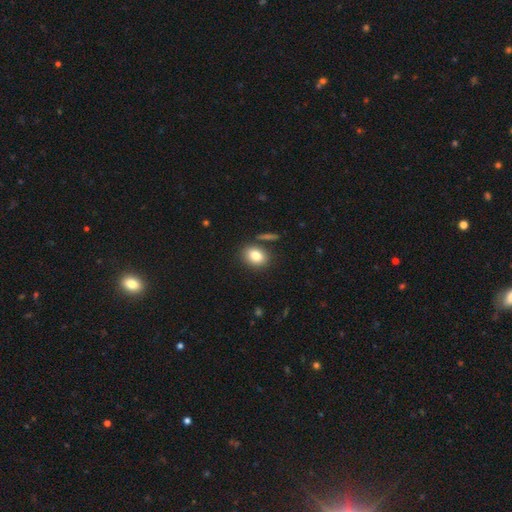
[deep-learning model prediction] Smooth or featured?
  - smooth: 80% *
  - featured or disk: 10%
  - star or artifact: 9%
How rounded?
  - in between: 64% *
  - round: 35%
  - cigar-shaped: 1%
Merging?
  - none: 79% *
  - minor disturbance: 10%
  - merger: 7%
  - major disturbance: 3%